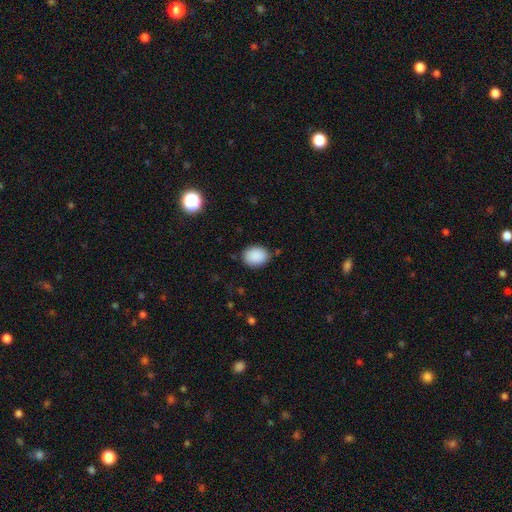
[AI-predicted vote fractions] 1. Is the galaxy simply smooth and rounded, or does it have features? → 90% smooth, 7% star or artifact, 3% featured or disk.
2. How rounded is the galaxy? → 64% in between, 35% round, 1% cigar-shaped.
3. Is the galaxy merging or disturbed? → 82% none, 13% minor disturbance, 3% major disturbance, 2% merger.